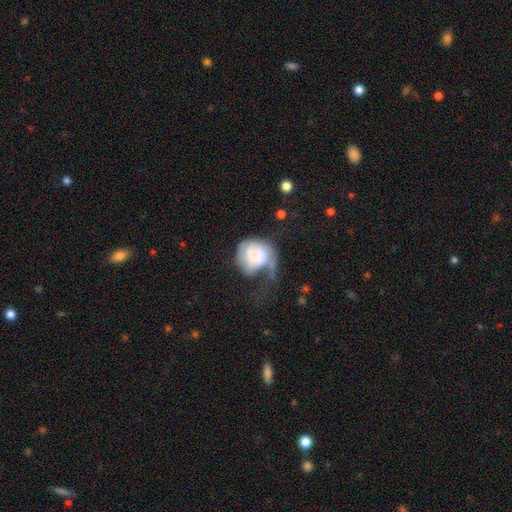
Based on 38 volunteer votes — Smooth or featured?
  - smooth: 53% *
  - featured or disk: 45%
  - star or artifact: 3%
How rounded?
  - round: 70% *
  - in between: 30%
  - cigar-shaped: 0%
Merging?
  - major disturbance: 57% *
  - none: 30%
  - minor disturbance: 14%
  - merger: 0%